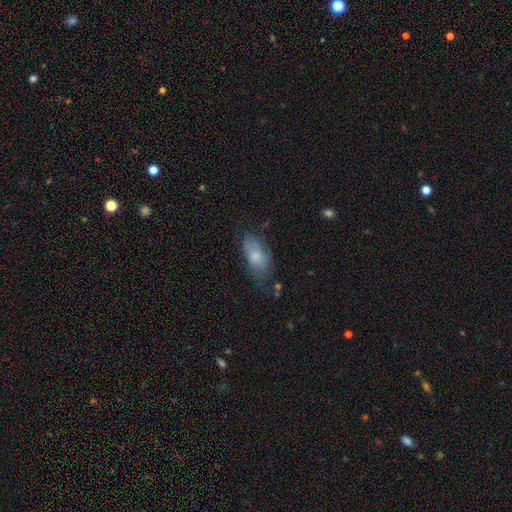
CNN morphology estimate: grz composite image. It shows a smooth galaxy with no disk features (68%) that is in between round and cigar-shaped (89%). Merging: none (49%).